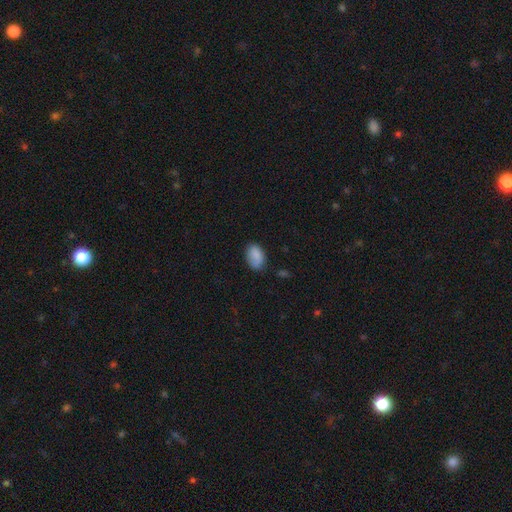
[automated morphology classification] type=smooth (86%); roundness=in between (89%); merging=none (73%).